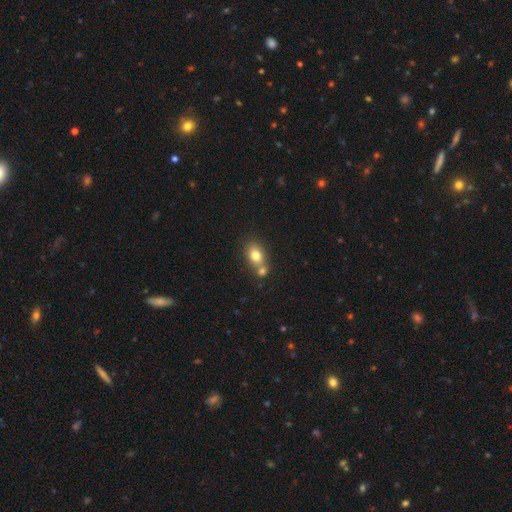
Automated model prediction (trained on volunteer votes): Smooth or featured?
  - smooth: 78% *
  - featured or disk: 13%
  - star or artifact: 10%
How rounded?
  - in between: 65% *
  - round: 33%
  - cigar-shaped: 2%
Merging?
  - merger: 44% *
  - none: 42%
  - minor disturbance: 11%
  - major disturbance: 3%